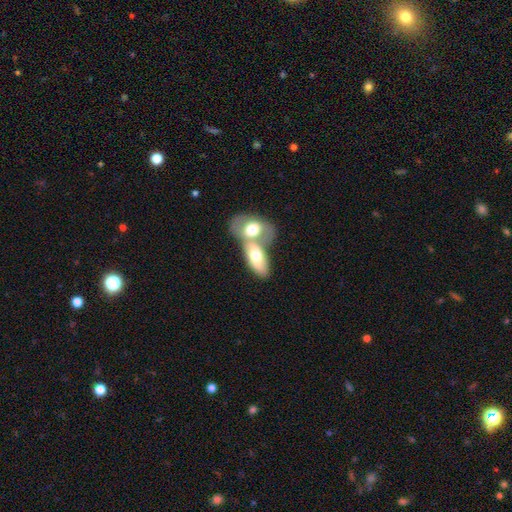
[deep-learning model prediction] This appears to be a smooth galaxy with no disk features (62%) that is in between round and cigar-shaped (88%). Merging: merger (68%).